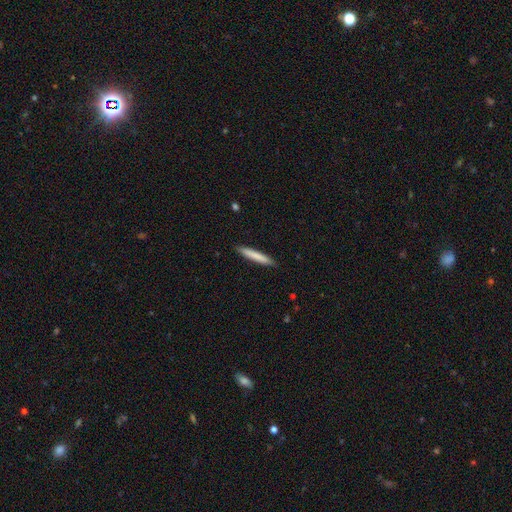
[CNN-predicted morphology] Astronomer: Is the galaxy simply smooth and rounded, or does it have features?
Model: smooth — 79%.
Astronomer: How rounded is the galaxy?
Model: cigar-shaped — 94%.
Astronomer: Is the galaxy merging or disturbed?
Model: none — 90%.